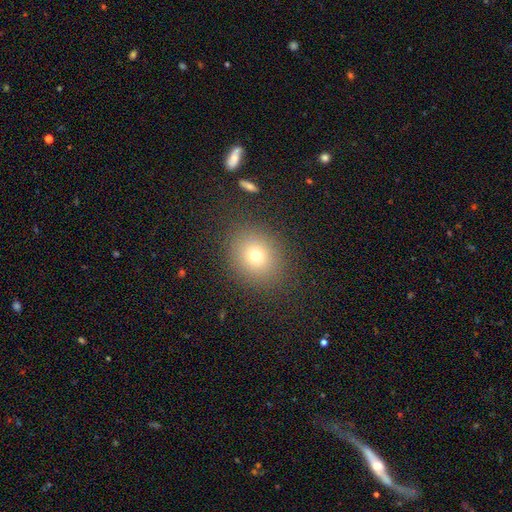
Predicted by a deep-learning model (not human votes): Morphology: type=smooth (71%); roundness=round (72%); merging=none (85%).